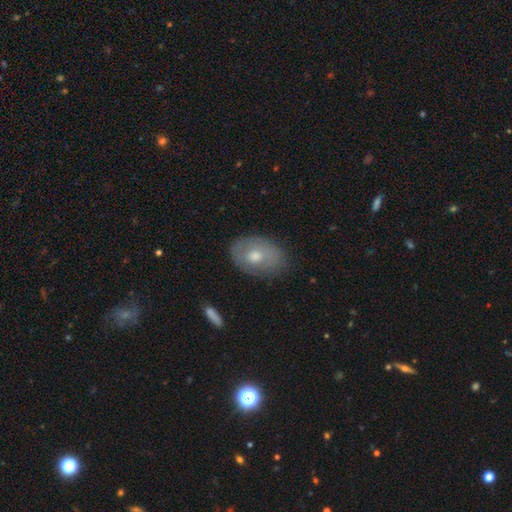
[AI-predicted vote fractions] A smooth galaxy with no disk features (57%) that is in between round and cigar-shaped (79%).

Vote fractions:
- Smooth or featured? smooth: 57% / featured or disk: 34% / star or artifact: 9%
- How rounded? in between: 79% / round: 20% / cigar-shaped: 1%
- Merging? none: 75% / minor disturbance: 19% / major disturbance: 5% / merger: 1%